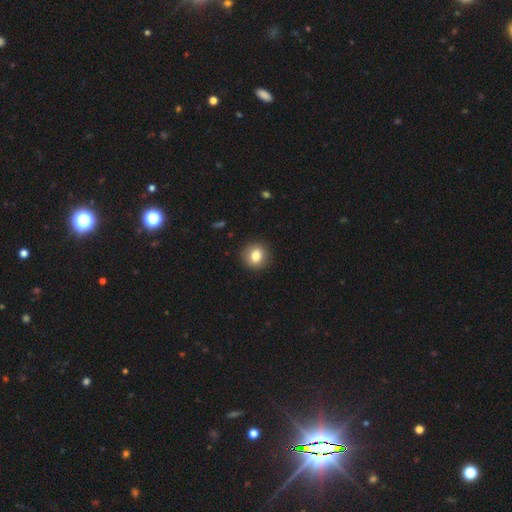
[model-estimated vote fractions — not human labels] Smooth or featured? Predicted: smooth (p=0.81). How rounded? Predicted: round (p=0.85). Merging? Predicted: none (p=0.91).